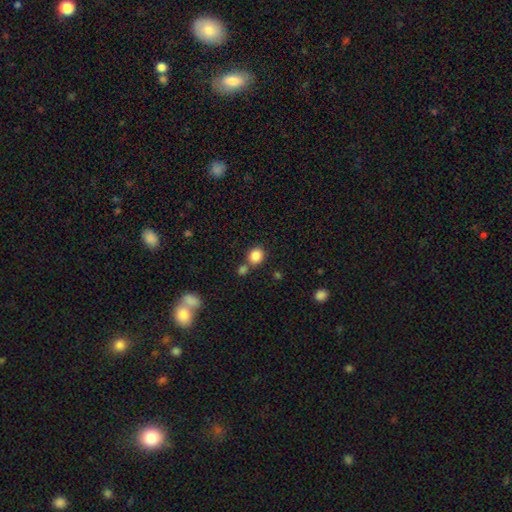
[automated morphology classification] A smooth galaxy with no disk features (86%) that is round (76%). Merging: none (65%).